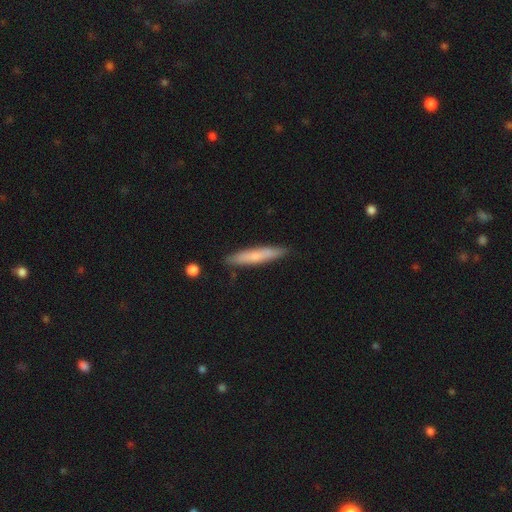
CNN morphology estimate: Smooth or featured?
  - smooth: 66% *
  - featured or disk: 29%
  - star or artifact: 6%
How rounded?
  - cigar-shaped: 92% *
  - in between: 7%
  - round: 1%
Merging?
  - none: 87% *
  - minor disturbance: 10%
  - merger: 2%
  - major disturbance: 2%